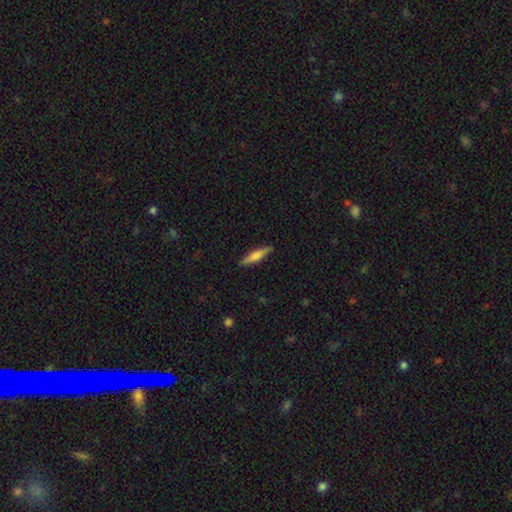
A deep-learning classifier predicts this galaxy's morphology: smooth_or_featured: smooth (p=0.62) [alt: featured or disk p=0.32]
how_rounded: cigar-shaped (p=0.84) [alt: in between p=0.14]
merging: none (p=0.90) [alt: minor disturbance p=0.07]